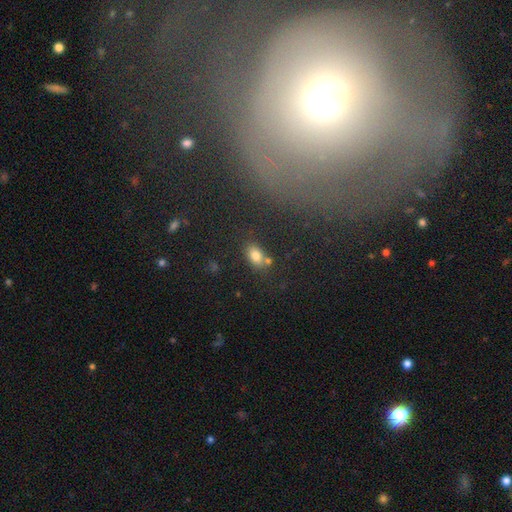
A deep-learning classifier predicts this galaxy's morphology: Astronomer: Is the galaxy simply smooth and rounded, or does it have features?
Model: smooth — 79%.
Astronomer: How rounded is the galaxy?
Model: in between — 82%.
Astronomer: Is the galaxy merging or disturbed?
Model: none — 64%.